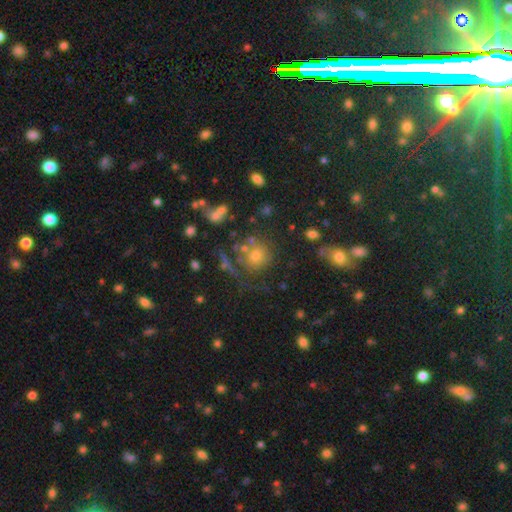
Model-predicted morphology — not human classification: Smooth or featured? smooth (60%)
How rounded? round (81%)
Merging? none (63%)